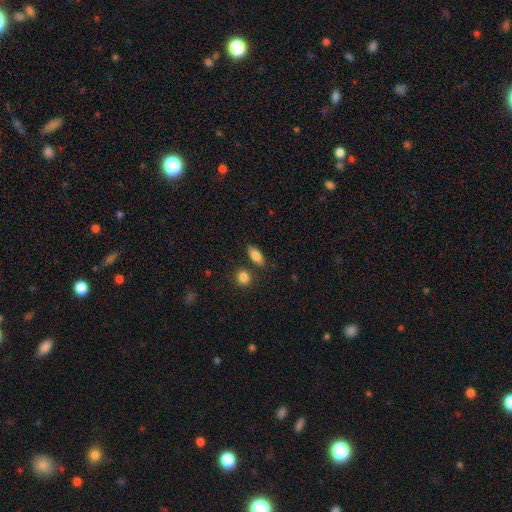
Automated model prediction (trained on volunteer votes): A smooth galaxy with no disk features (84%) that is in between round and cigar-shaped (84%). Merging: none (79%).